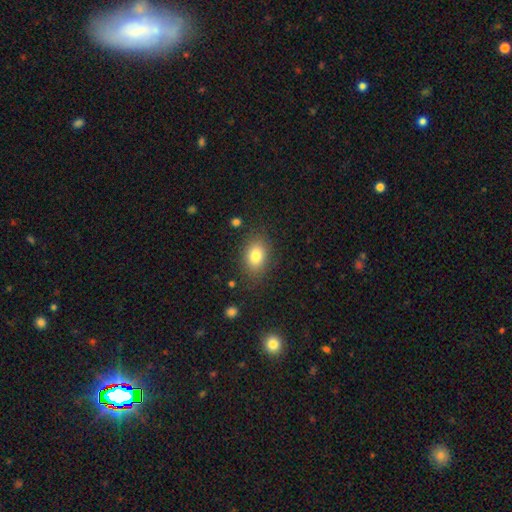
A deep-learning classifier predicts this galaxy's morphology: The model was most divided on "how rounded": in between: 77%, round: 22%, cigar-shaped: 1%. More confident: merging — none (82%); smooth or featured — smooth (81%).